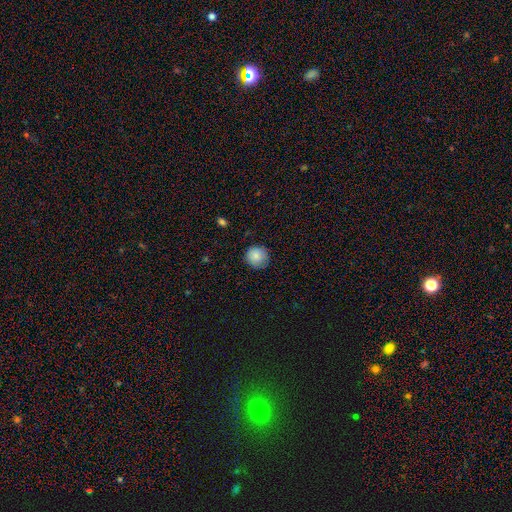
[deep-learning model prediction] This appears to be a smooth galaxy with no disk features (86%) that is round (93%). Merging: none (82%).